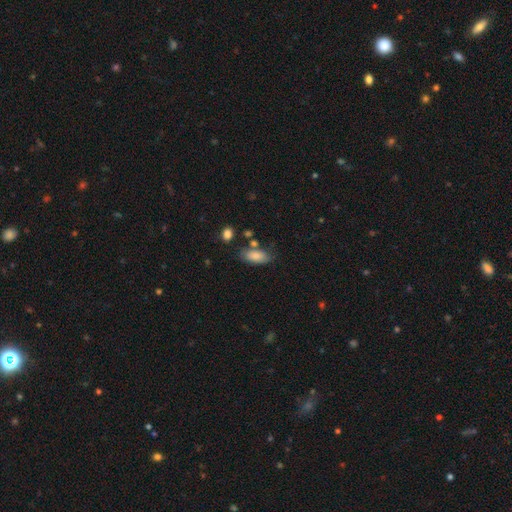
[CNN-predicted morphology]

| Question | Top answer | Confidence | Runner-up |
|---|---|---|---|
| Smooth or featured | smooth | 85% | featured or disk (8%) |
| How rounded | in between | 87% | cigar-shaped (11%) |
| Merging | none | 69% | minor disturbance (18%) |